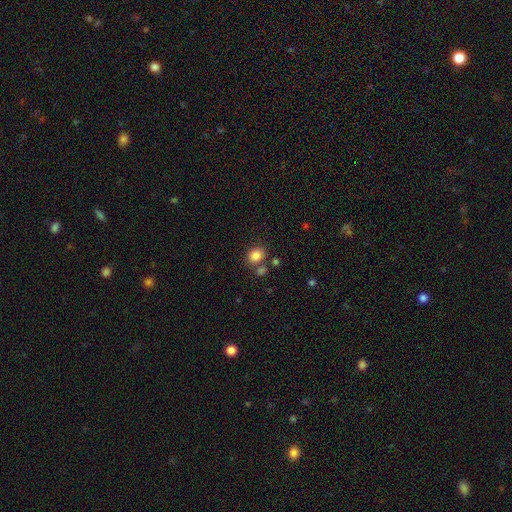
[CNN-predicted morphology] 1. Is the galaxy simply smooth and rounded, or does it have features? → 84% smooth, 11% star or artifact, 5% featured or disk.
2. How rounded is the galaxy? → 58% round, 41% in between, 1% cigar-shaped.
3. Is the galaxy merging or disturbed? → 69% none, 16% merger, 11% minor disturbance, 4% major disturbance.